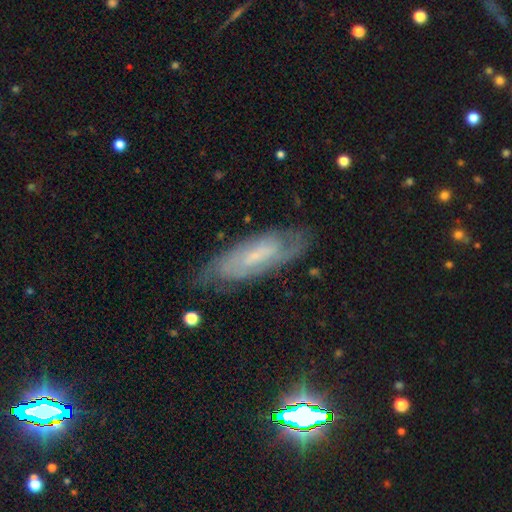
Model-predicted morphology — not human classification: A featured or disk galaxy (67%) with a weak bar (46%), spiral arms (85%) and a small central bulge (56%). Merging: none (74%).